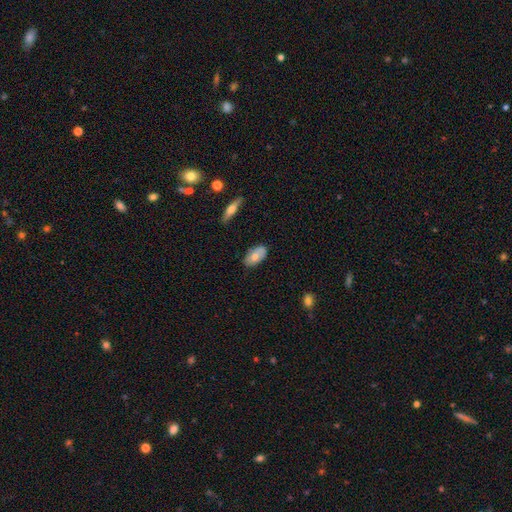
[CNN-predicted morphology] A smooth galaxy with no disk features (67%) that is in between round and cigar-shaped (93%).

Vote fractions:
- Smooth or featured? smooth: 67% / featured or disk: 27% / star or artifact: 6%
- How rounded? in between: 93% / round: 4% / cigar-shaped: 4%
- Merging? none: 76% / minor disturbance: 19% / major disturbance: 3% / merger: 2%